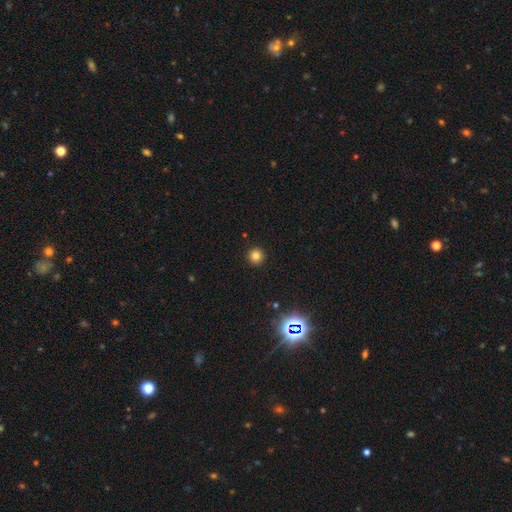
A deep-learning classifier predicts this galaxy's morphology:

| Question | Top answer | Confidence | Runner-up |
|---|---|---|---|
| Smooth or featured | smooth | 81% | star or artifact (15%) |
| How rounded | round | 96% | in between (3%) |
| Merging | none | 93% | minor disturbance (4%) |